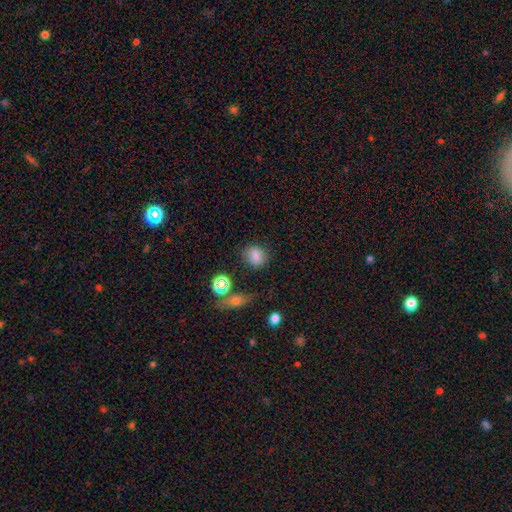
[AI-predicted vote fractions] Smooth or featured? Predicted: smooth (p=0.80). How rounded? Predicted: round (p=0.65). Merging? Predicted: none (p=0.76).